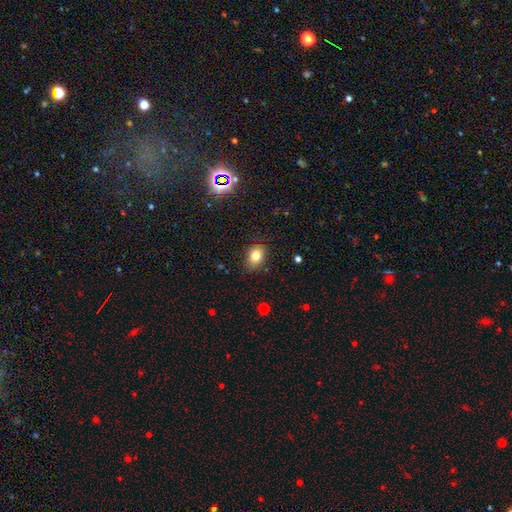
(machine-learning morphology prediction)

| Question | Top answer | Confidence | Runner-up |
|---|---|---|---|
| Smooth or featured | smooth | 80% | star or artifact (11%) |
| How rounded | in between | 65% | round (34%) |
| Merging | none | 81% | minor disturbance (15%) |